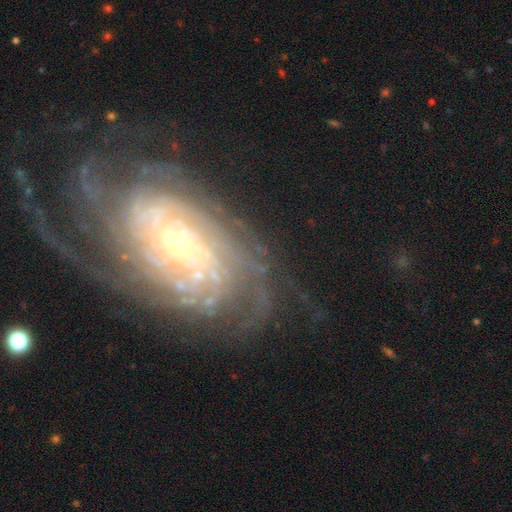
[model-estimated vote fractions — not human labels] Smooth or featured: featured or disk — 89% (star or artifact — 6%)
Edge-on disk: no — 96% (yes — 4%)
Bar: no — 50% (weak — 33%)
Spiral arms: yes — 98% (no — 2%)
Spiral winding: tight — 78% (medium — 18%)
Spiral arm count: can't tell — 28% (more than 4 — 26%)
Bulge size: small — 66% (moderate — 29%)
Merging: none — 72% (minor disturbance — 16%)